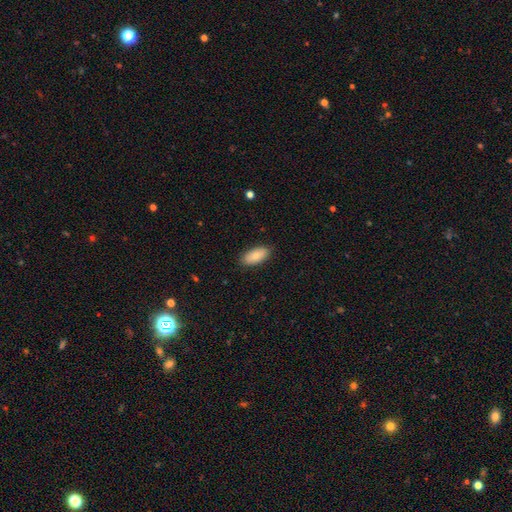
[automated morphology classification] Q: Smooth or featured?
A: smooth (78%); runner-up: featured or disk (16%)
Q: How rounded?
A: in between (91%); runner-up: cigar-shaped (6%)
Q: Merging?
A: none (87%); runner-up: minor disturbance (10%)